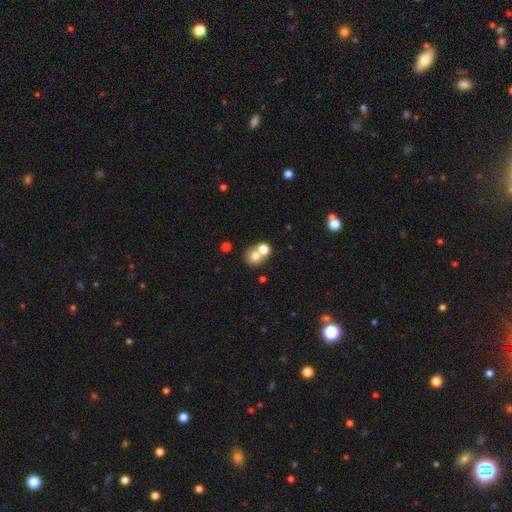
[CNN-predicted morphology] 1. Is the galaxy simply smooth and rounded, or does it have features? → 72% smooth, 15% featured or disk, 12% star or artifact.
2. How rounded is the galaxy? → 80% round, 19% in between, 1% cigar-shaped.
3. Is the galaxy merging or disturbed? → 48% merger, 42% none, 7% minor disturbance, 3% major disturbance.